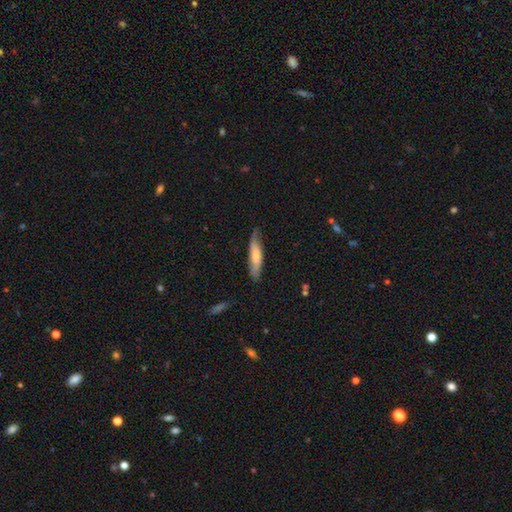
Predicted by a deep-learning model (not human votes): This appears to be a smooth galaxy with no disk features (64%) that is cigar-shaped (75%). Merging: none (72%).